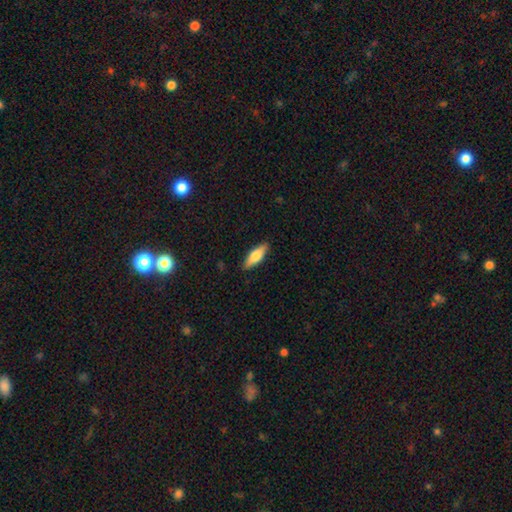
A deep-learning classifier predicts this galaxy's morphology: smooth 69%, featured or disk 25%, star or artifact 6%. Down the decision tree: how rounded — in between (54%); merging — none (88%).